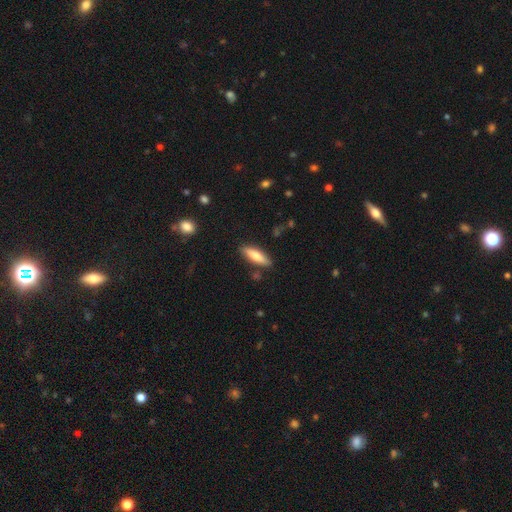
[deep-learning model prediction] Smooth or featured? Predicted: smooth (p=0.72). How rounded? Predicted: cigar-shaped (p=0.59). Merging? Predicted: none (p=0.84).